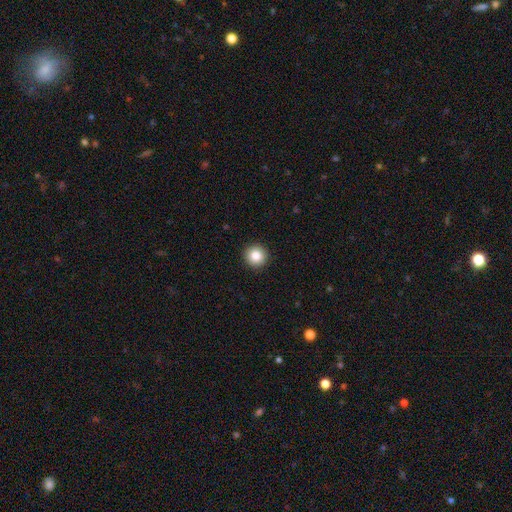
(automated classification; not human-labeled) Smooth or featured? smooth (85%)
How rounded? round (96%)
Merging? none (93%)